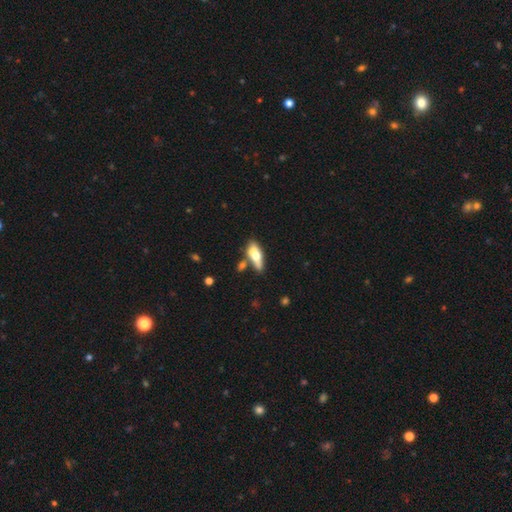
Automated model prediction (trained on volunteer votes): Smooth or featured: smooth — 53% (featured or disk — 41%)
How rounded: in between — 61% (cigar-shaped — 36%)
Merging: none — 58% (merger — 20%)